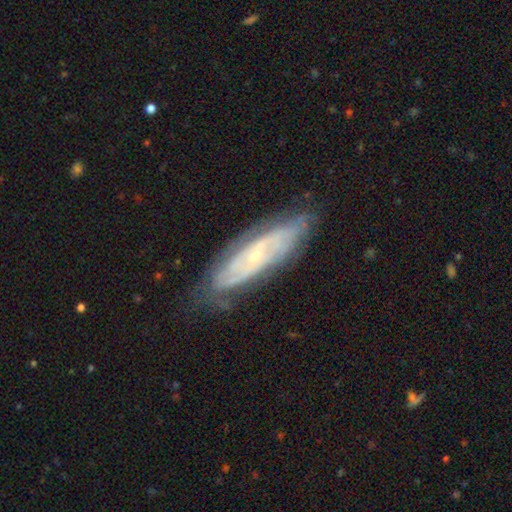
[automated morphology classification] Smooth or featured: featured or disk — 81% (smooth — 13%)
Edge-on disk: no — 83% (yes — 17%)
Bar: no — 64% (weak — 27%)
Spiral arms: yes — 92% (no — 8%)
Spiral winding: tight — 61% (medium — 30%)
Spiral arm count: can't tell — 41% (2 — 32%)
Bulge size: small — 75% (moderate — 21%)
Merging: none — 76% (minor disturbance — 18%)